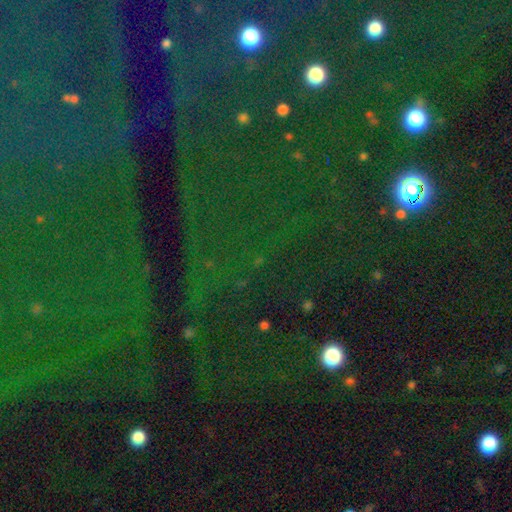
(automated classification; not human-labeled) Smooth or featured: star or artifact — 82% (smooth — 10%)